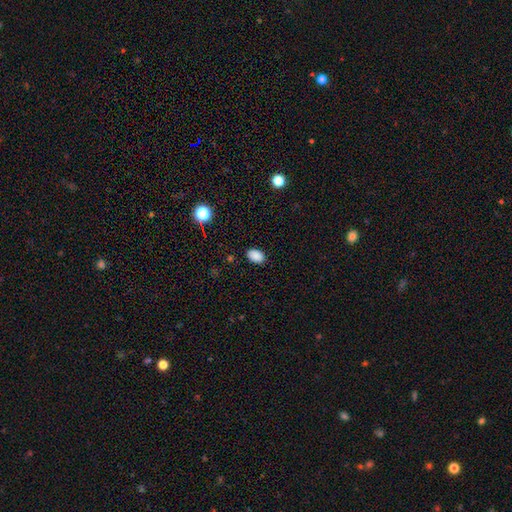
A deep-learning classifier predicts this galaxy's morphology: A smooth galaxy with no disk features (87%) that is in between round and cigar-shaped (85%).

Vote fractions:
- Smooth or featured? smooth: 87% / star or artifact: 10% / featured or disk: 3%
- How rounded? in between: 85% / round: 14% / cigar-shaped: 1%
- Merging? none: 88% / minor disturbance: 8% / major disturbance: 2% / merger: 1%